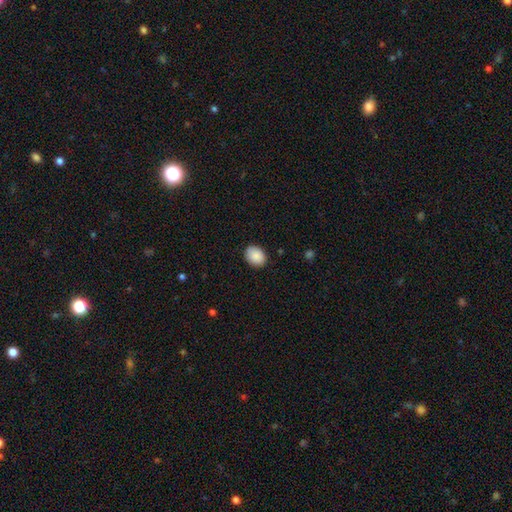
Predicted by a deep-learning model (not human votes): A smooth galaxy with no disk features (90%) that is in between round and cigar-shaped (59%).

Vote fractions:
- Smooth or featured? smooth: 90% / star or artifact: 7% / featured or disk: 3%
- How rounded? in between: 59% / round: 40% / cigar-shaped: 1%
- Merging? none: 88% / minor disturbance: 9% / major disturbance: 2% / merger: 1%